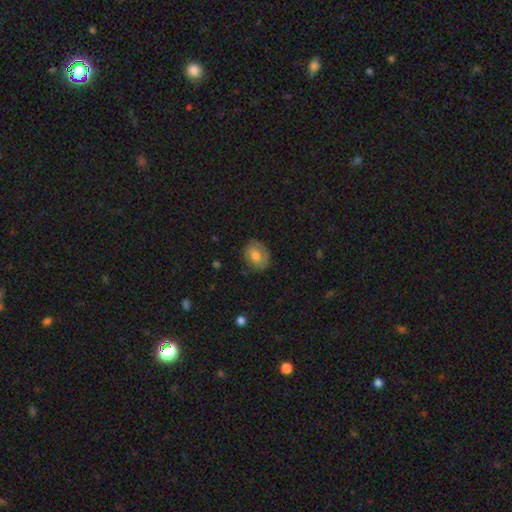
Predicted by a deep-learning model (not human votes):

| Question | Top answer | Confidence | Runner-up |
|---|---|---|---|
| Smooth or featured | smooth | 77% | featured or disk (15%) |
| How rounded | in between | 51% | round (48%) |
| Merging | none | 82% | minor disturbance (14%) |